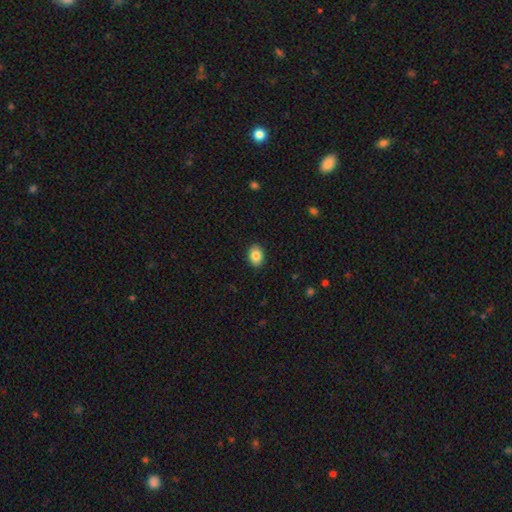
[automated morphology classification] Smooth or featured? smooth (86%)
How rounded? in between (77%)
Merging? none (90%)